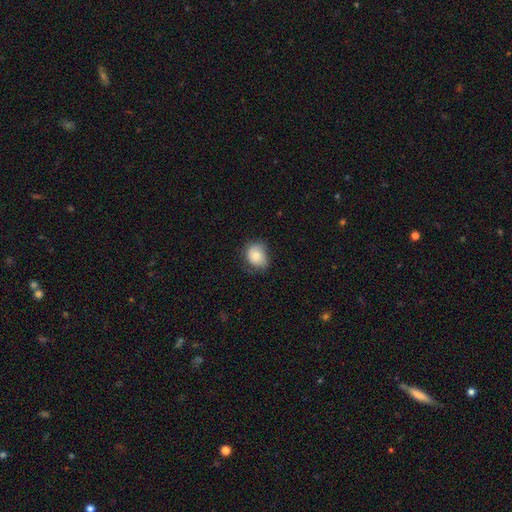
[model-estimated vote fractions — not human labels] Smooth or featured? smooth (76%)
How rounded? round (53%)
Merging? none (60%)